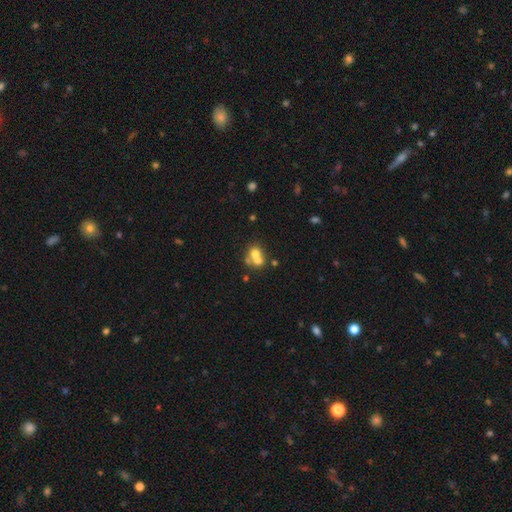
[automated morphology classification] Overall: smooth (62%; featured or disk 24%). How rounded: round (69%; in between 30%). Merging: merger (59%; none 30%).